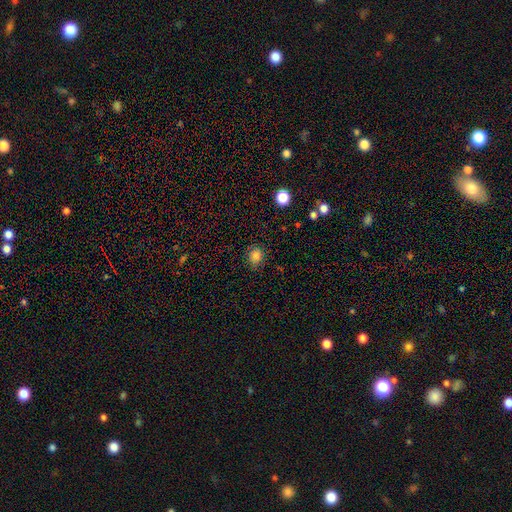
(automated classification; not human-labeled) This appears to be a smooth galaxy with no disk features (81%) that is round (70%). Merging: none (84%).